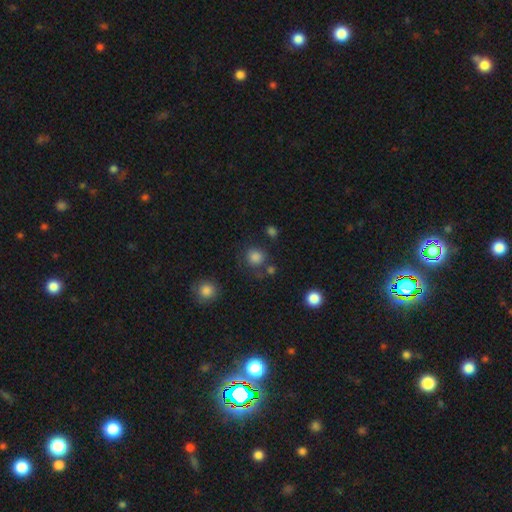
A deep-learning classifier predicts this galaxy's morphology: Q: Smooth or featured?
A: smooth (81%); runner-up: star or artifact (13%)
Q: How rounded?
A: round (91%); runner-up: in between (8%)
Q: Merging?
A: none (74%); runner-up: minor disturbance (12%)